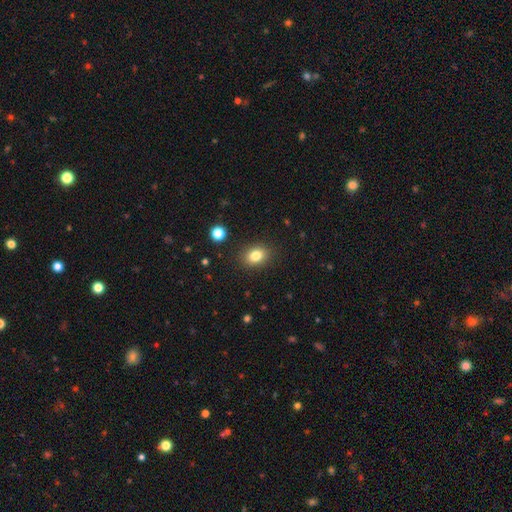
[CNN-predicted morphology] The model was most divided on "how rounded": in between: 62%, round: 37%, cigar-shaped: 1%. More confident: merging — none (88%); smooth or featured — smooth (81%).